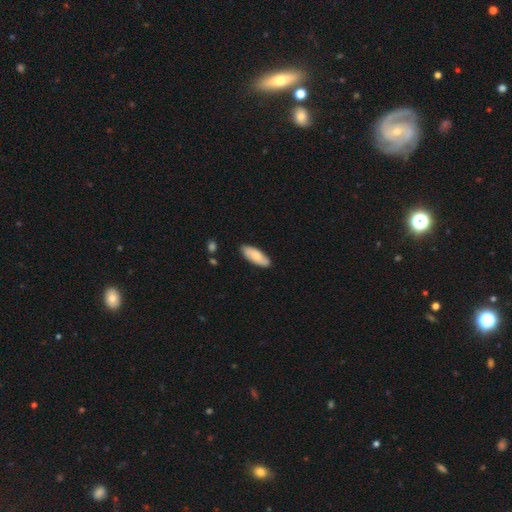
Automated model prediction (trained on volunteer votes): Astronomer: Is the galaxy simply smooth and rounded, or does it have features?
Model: smooth — 71%.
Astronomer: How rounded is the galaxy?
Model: in between — 73%.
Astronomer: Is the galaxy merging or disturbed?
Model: none — 85%.